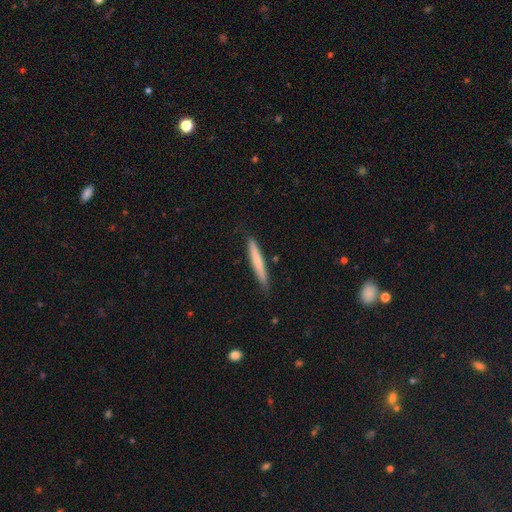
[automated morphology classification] Smooth or featured? smooth (62%)
How rounded? cigar-shaped (96%)
Merging? none (87%)